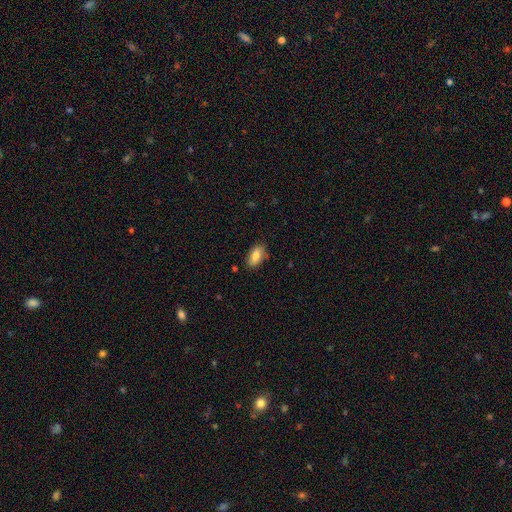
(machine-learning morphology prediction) This is clearly a smooth galaxy (81%). How rounded: clearly in between (89%). Merging: likely none (78%).